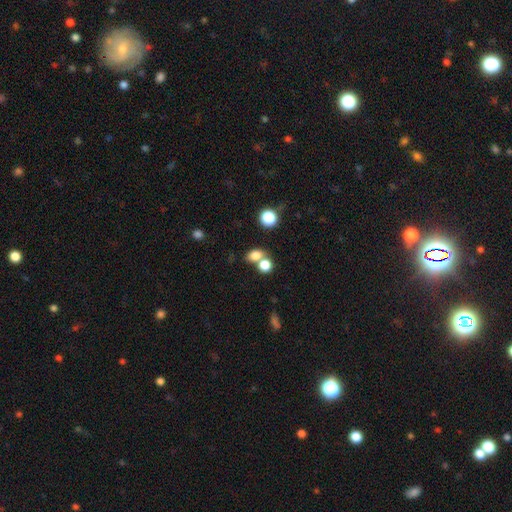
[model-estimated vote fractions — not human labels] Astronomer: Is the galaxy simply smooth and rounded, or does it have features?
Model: smooth — 78%.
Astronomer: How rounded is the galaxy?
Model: in between — 57% (runner-up: round, 41%).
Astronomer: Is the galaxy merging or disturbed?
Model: none — 48% (runner-up: merger, 38%).